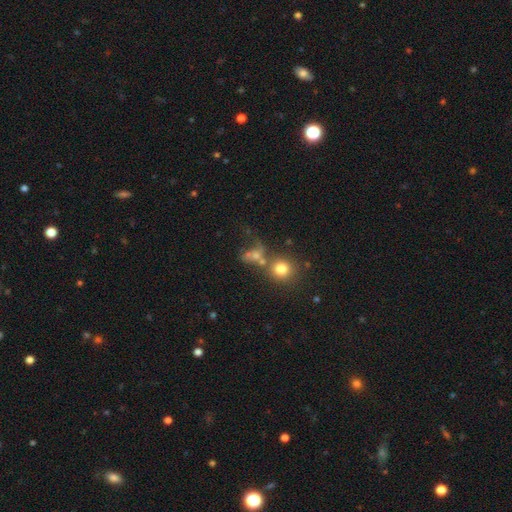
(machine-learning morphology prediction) smooth 56%, featured or disk 24%, star or artifact 19%. Down the decision tree: how rounded — round (57%); merging — merger (36%).